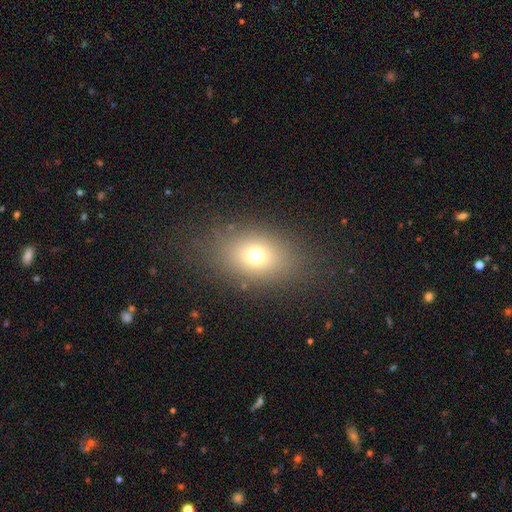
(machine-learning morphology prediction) Smooth or featured? Predicted: smooth (p=0.69). How rounded? Predicted: in between (p=0.66). Merging? Predicted: none (p=0.80).